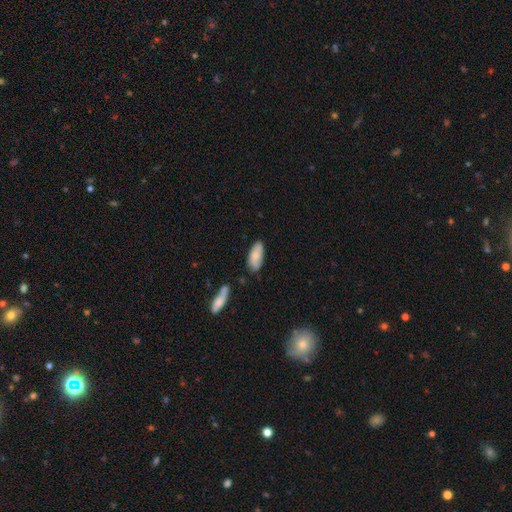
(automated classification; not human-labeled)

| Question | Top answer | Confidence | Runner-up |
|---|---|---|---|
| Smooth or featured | smooth | 77% | featured or disk (17%) |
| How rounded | in between | 84% | cigar-shaped (14%) |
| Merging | none | 72% | minor disturbance (20%) |